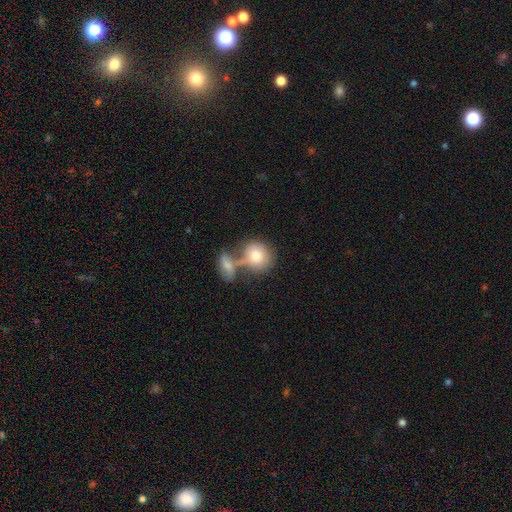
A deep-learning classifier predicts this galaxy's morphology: Smooth or featured? Predicted: smooth (p=0.78). How rounded? Predicted: round (p=0.67). Merging? Predicted: merger (p=0.47).